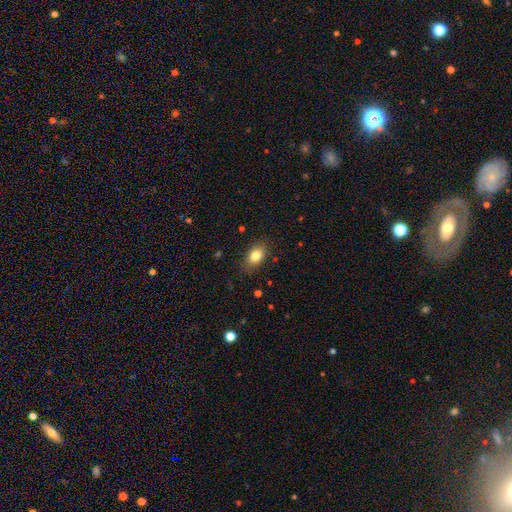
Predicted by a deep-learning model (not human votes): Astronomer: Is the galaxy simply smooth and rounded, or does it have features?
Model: smooth — 82%.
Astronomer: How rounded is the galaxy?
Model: in between — 84%.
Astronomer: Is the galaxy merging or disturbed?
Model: none — 82%.